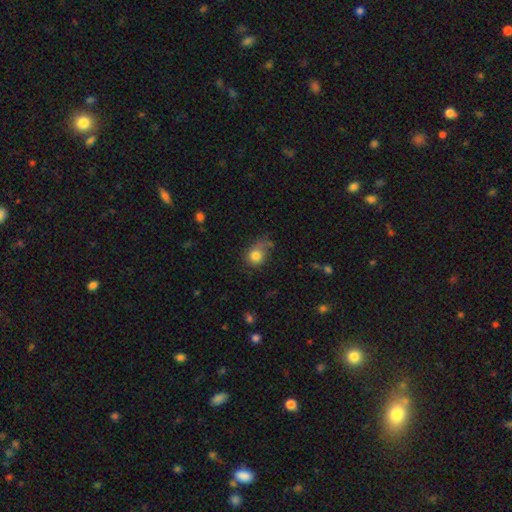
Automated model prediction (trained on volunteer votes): smooth 80%, star or artifact 10%, featured or disk 10%. Down the decision tree: how rounded — round (66%); merging — none (47%).